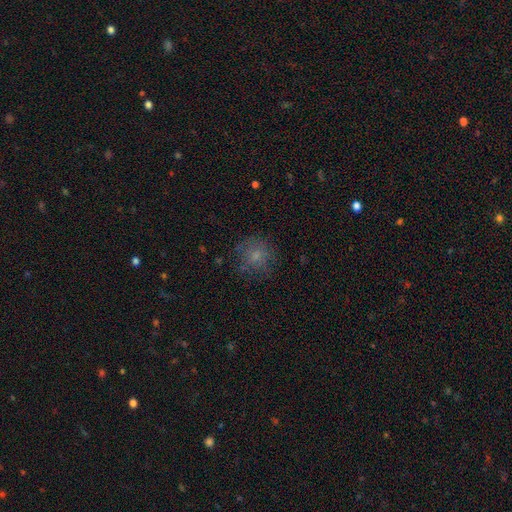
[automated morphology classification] smooth-or-featured: smooth: 71% | featured or disk: 15% | star or artifact: 14%
  how-rounded: round: 87% | in between: 12% | cigar-shaped: 1%
  merging: none: 73% | minor disturbance: 17% | major disturbance: 9% | merger: 1%